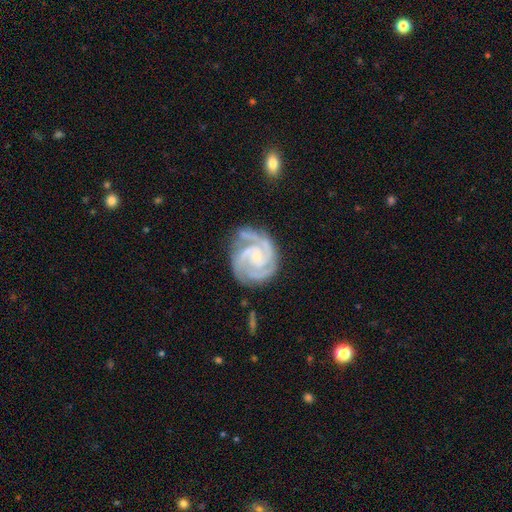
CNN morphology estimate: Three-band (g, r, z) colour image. It shows a featured or disk galaxy (92%) with no bar (53%), 2 (43%) tight (69%) spiral arms (99%) and a small central bulge (62%). Merging: none (72%).